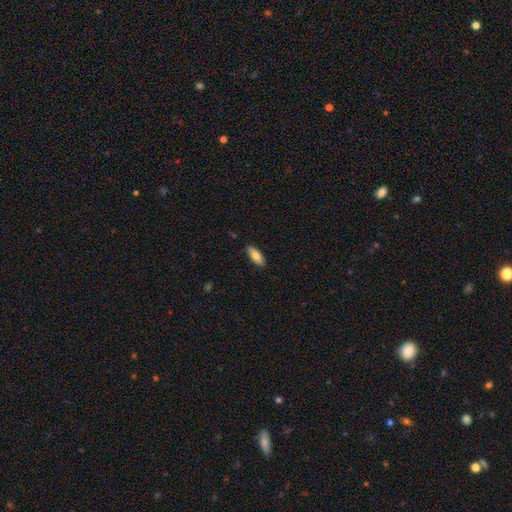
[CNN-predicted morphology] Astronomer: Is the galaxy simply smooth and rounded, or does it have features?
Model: smooth — 81%.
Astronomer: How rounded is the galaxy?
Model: in between — 74%.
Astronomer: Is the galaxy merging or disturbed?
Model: none — 87%.